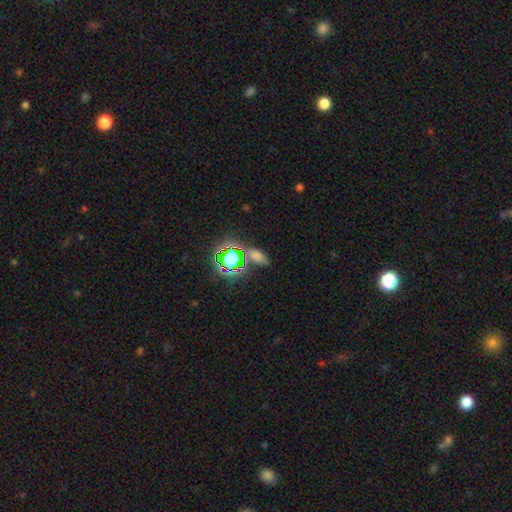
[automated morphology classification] Smooth or featured: smooth — 50% (star or artifact — 39%)
Merging: none — 73% (minor disturbance — 13%)